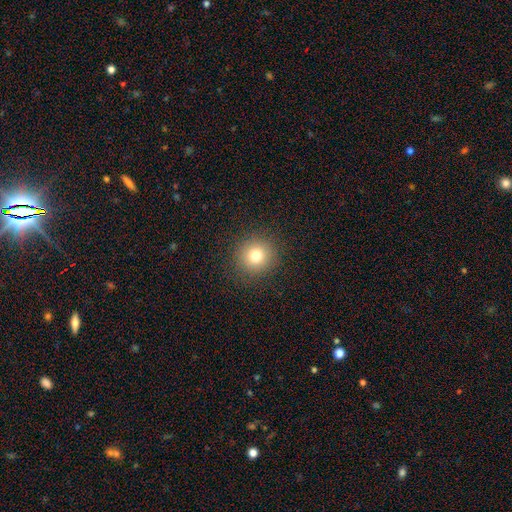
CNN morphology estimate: Smooth or featured? smooth (77%)
How rounded? round (92%)
Merging? none (90%)